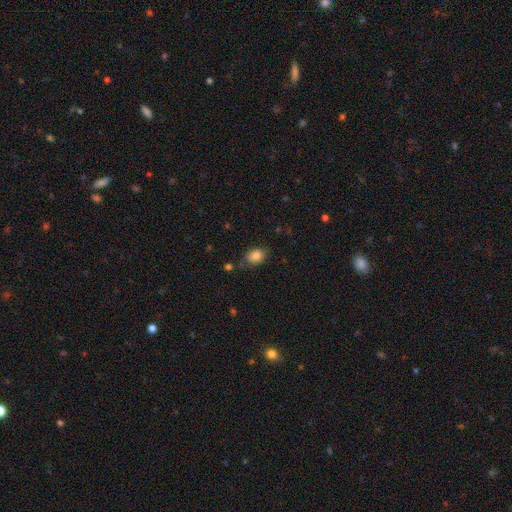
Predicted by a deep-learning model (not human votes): The model was most divided on "how rounded": in between: 68%, round: 30%, cigar-shaped: 1%. More confident: smooth or featured — smooth (84%); merging — none (71%).